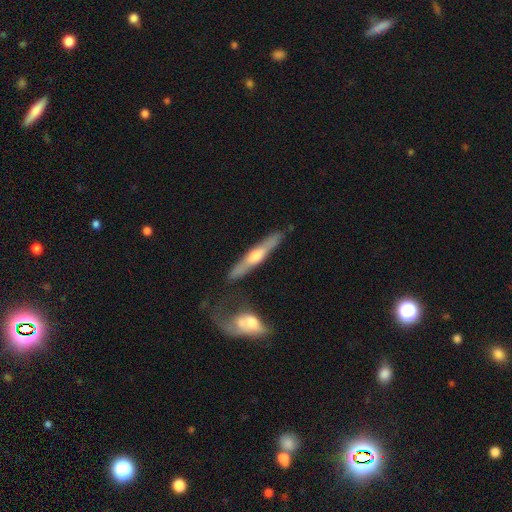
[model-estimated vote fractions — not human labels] Smooth or featured? Predicted: featured or disk (p=0.65). Edge-on disk? Predicted: yes (p=0.91). Edge-on bulge? Predicted: rounded (p=0.86). Merging? Predicted: none (p=0.75).